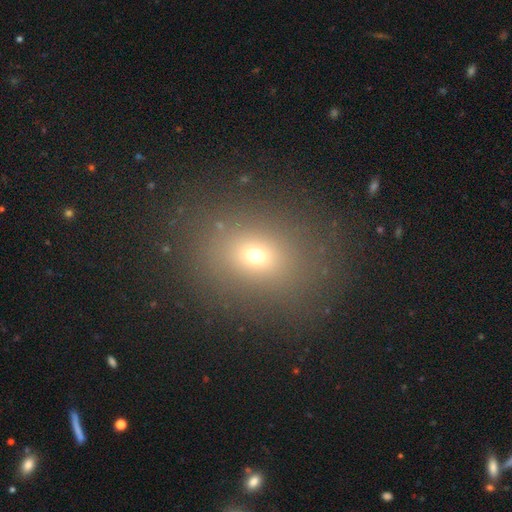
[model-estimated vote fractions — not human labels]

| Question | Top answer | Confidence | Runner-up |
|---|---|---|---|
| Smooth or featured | smooth | 66% | star or artifact (22%) |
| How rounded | in between | 51% | round (48%) |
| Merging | none | 84% | minor disturbance (9%) |